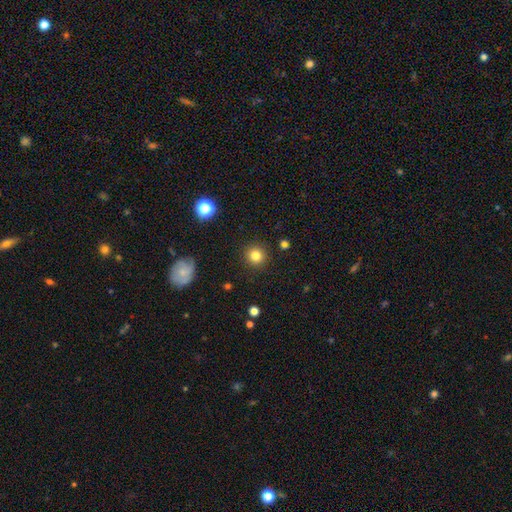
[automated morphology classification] This appears to be a smooth galaxy with no disk features (82%) that is round (93%). Merging: none (91%).